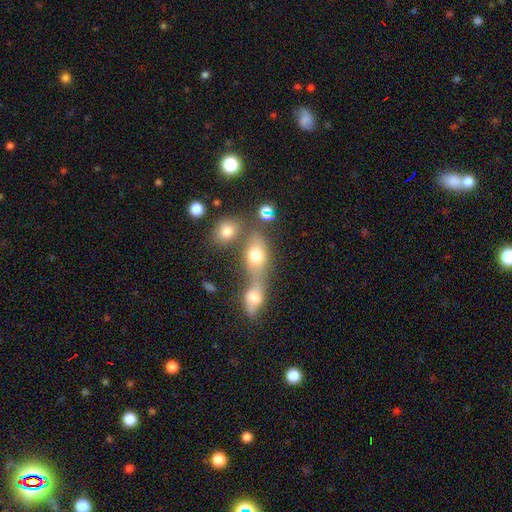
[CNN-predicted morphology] Smooth or featured?
  - smooth: 69% *
  - featured or disk: 19%
  - star or artifact: 13%
How rounded?
  - in between: 68% *
  - round: 24%
  - cigar-shaped: 8%
Merging?
  - merger: 56% *
  - none: 29%
  - minor disturbance: 8%
  - major disturbance: 6%